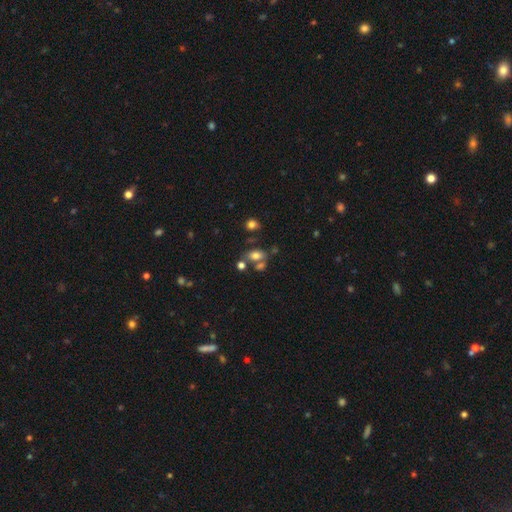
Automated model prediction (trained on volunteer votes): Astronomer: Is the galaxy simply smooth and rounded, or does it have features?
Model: smooth — 70%.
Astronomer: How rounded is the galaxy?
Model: in between — 82%.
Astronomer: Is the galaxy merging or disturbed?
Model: none — 51% (runner-up: merger, 27%).